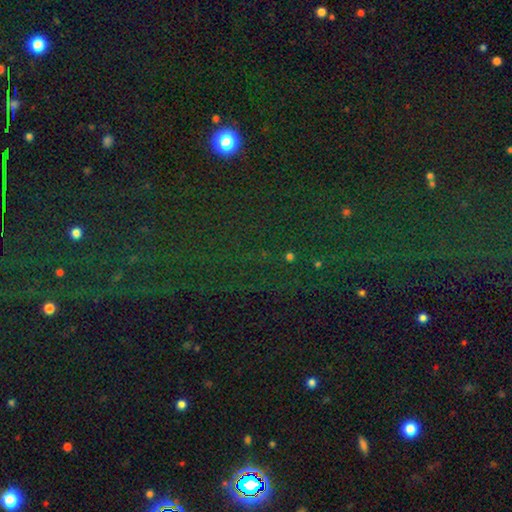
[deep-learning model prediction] Smooth or featured? star or artifact (79%)